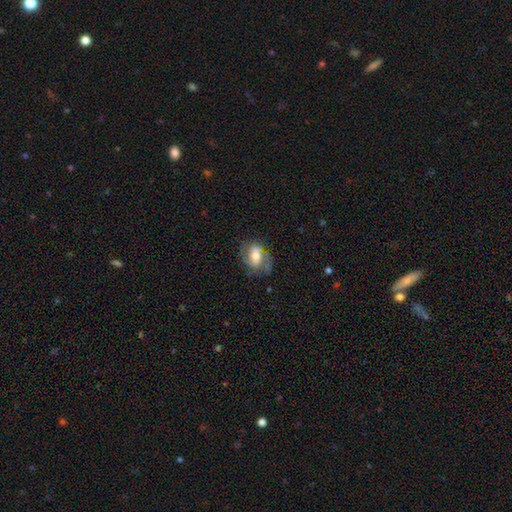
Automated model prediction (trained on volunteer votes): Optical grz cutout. It shows a featured or disk galaxy (55%) with no bar (40%), spiral arms (79%) and a moderate central bulge (58%). Merging: none (60%).